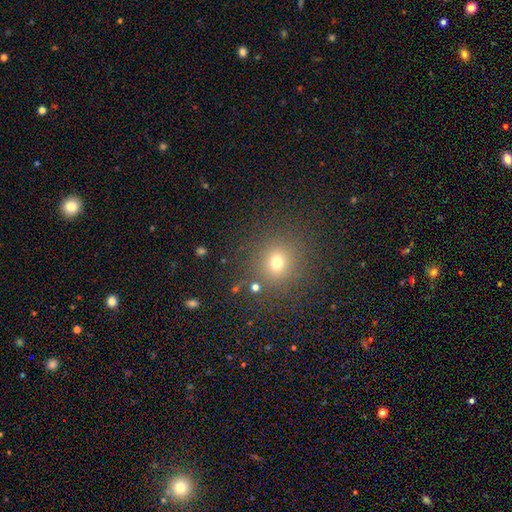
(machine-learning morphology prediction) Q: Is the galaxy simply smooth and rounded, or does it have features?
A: smooth — 60%.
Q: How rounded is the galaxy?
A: round — 91%.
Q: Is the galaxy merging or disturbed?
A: none — 88%.